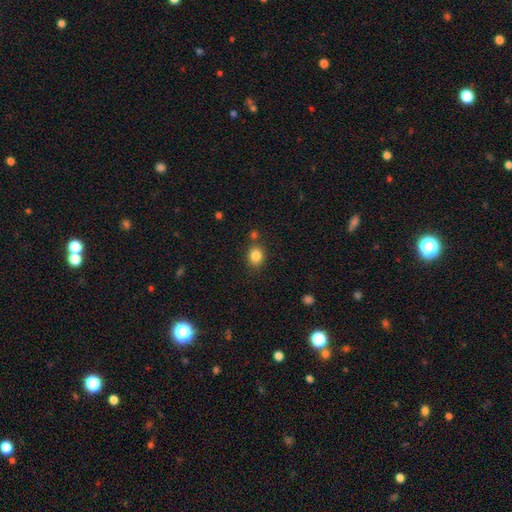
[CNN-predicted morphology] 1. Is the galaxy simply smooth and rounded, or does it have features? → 84% smooth, 10% star or artifact, 5% featured or disk.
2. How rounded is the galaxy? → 63% round, 36% in between, 1% cigar-shaped.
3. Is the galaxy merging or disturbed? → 78% none, 11% minor disturbance, 8% merger, 3% major disturbance.